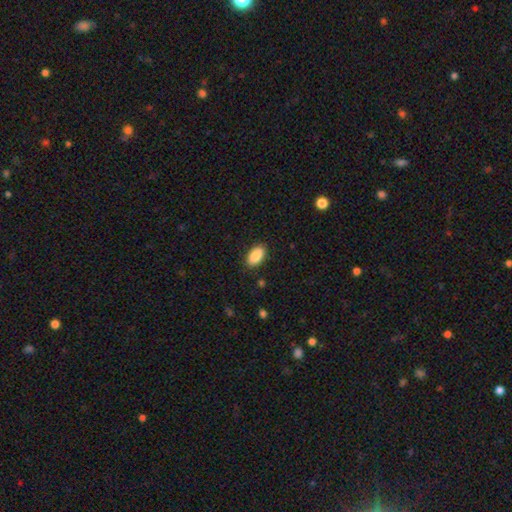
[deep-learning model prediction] smooth 89%, star or artifact 7%, featured or disk 4%. Down the decision tree: how rounded — in between (94%); merging — none (88%).